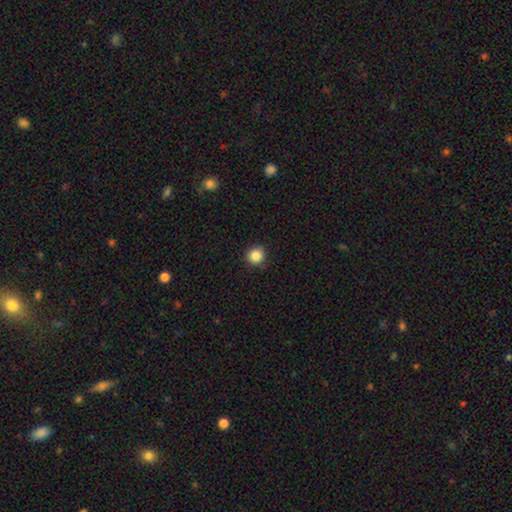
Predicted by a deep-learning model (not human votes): Smooth or featured? smooth (86%)
How rounded? round (92%)
Merging? none (89%)